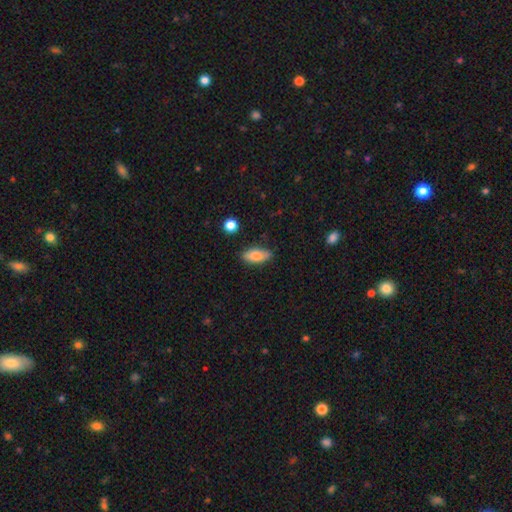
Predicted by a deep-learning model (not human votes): Q: Smooth or featured?
A: smooth (80%); runner-up: featured or disk (13%)
Q: How rounded?
A: in between (85%); runner-up: cigar-shaped (11%)
Q: Merging?
A: none (79%); runner-up: minor disturbance (16%)